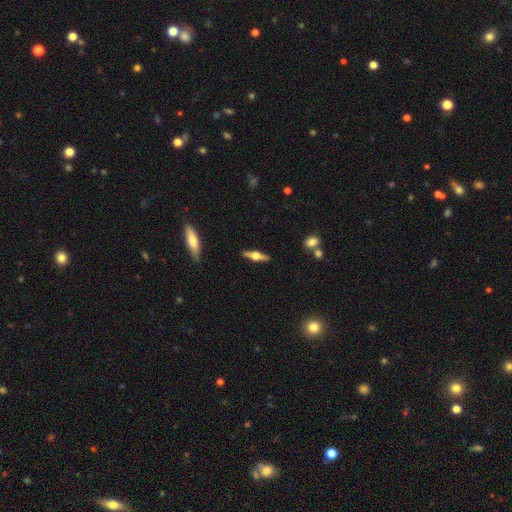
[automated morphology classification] This appears to be a featured or disk galaxy (66%) viewed edge-on (96%) with a rounded central bulge (93%). Merging: none (88%).